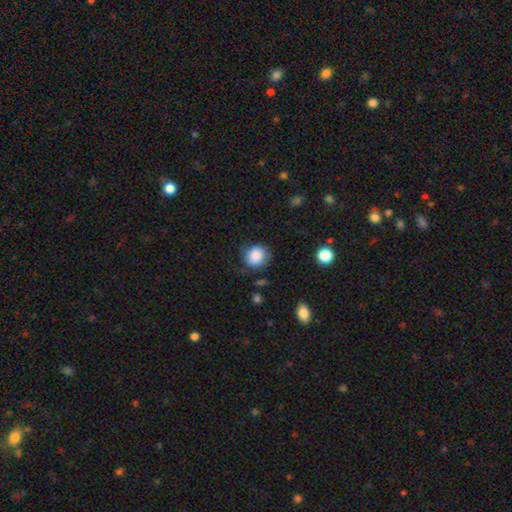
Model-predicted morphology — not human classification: Smooth or featured: smooth — 82% (featured or disk — 10%)
How rounded: round — 80% (in between — 19%)
Merging: none — 63% (minor disturbance — 23%)